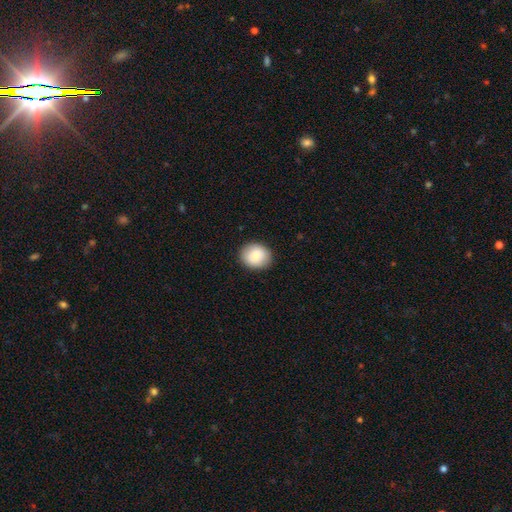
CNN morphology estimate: smooth 85%, featured or disk 8%, star or artifact 7%. Down the decision tree: how rounded — round (64%); merging — none (89%).